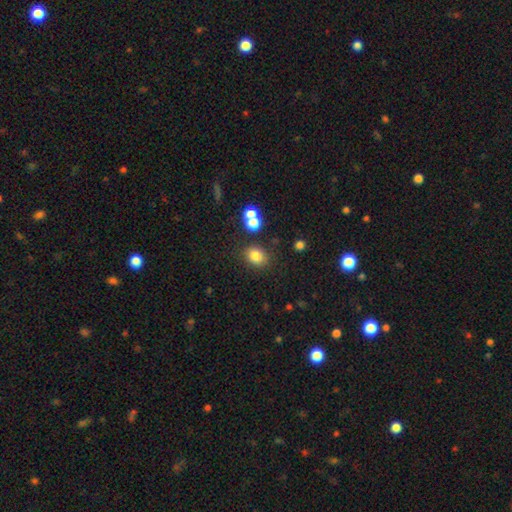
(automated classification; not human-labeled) smooth-or-featured: smooth: 80% | star or artifact: 13% | featured or disk: 7%
  how-rounded: round: 57% | in between: 42% | cigar-shaped: 1%
  merging: none: 78% | minor disturbance: 11% | merger: 8% | major disturbance: 4%